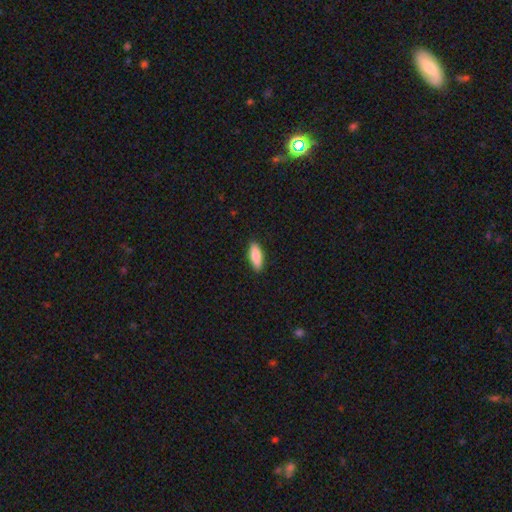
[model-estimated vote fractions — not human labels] Smooth or featured? smooth (86%)
How rounded? in between (68%)
Merging? none (89%)